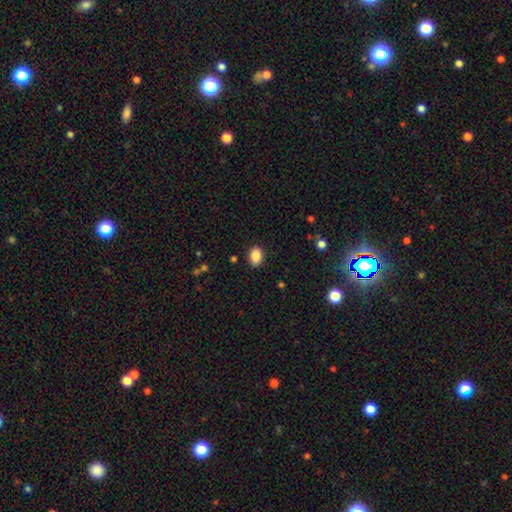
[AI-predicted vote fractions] smooth-or-featured: smooth: 88% | star or artifact: 8% | featured or disk: 4%
  how-rounded: in between: 80% | round: 19% | cigar-shaped: 1%
  merging: none: 87% | minor disturbance: 10% | major disturbance: 2% | merger: 1%